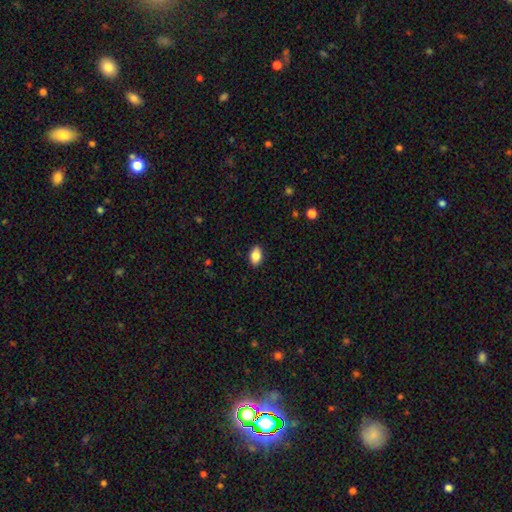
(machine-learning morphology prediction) smooth_or_featured: smooth (p=0.85) [alt: star or artifact p=0.08]
how_rounded: in between (p=0.88) [alt: round p=0.10]
merging: none (p=0.89) [alt: minor disturbance p=0.09]